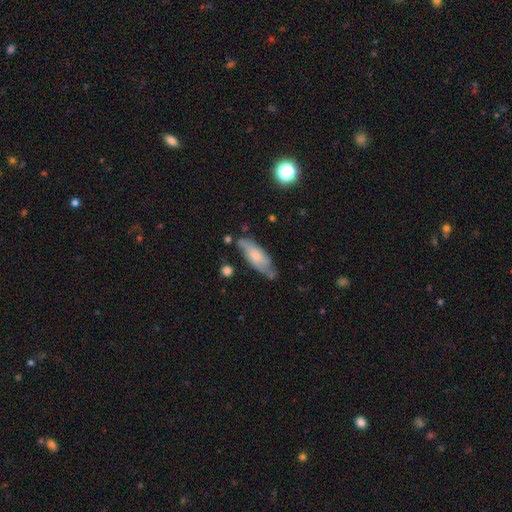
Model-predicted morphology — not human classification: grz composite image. It shows a smooth galaxy with no disk features (52%) that is in between round and cigar-shaped (64%). Merging: none (65%).